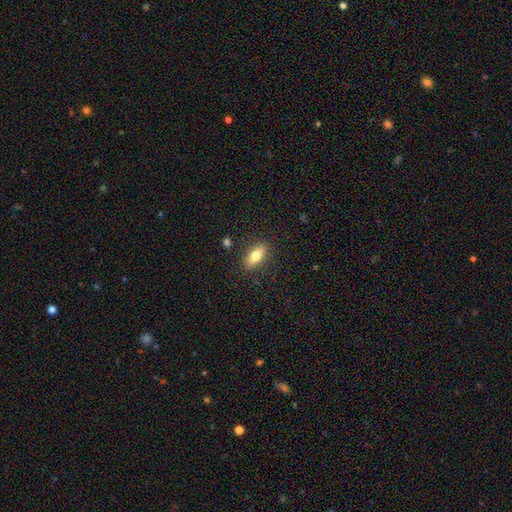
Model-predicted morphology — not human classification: Smooth or featured?
  - smooth: 73% *
  - featured or disk: 19%
  - star or artifact: 7%
How rounded?
  - in between: 78% *
  - cigar-shaped: 18%
  - round: 4%
Merging?
  - none: 86% *
  - minor disturbance: 10%
  - major disturbance: 3%
  - merger: 2%